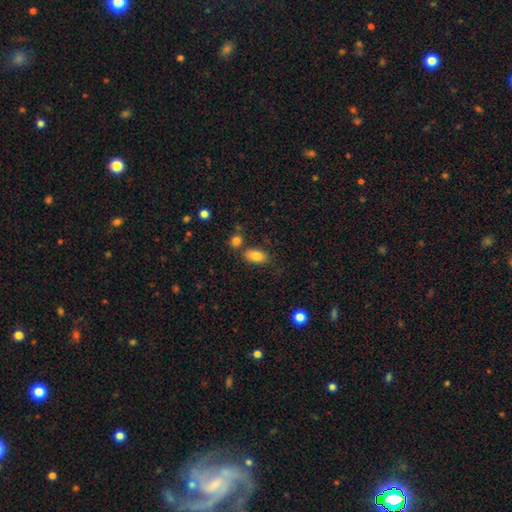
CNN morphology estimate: Smooth or featured? Predicted: smooth (p=0.84). How rounded? Predicted: in between (p=0.91). Merging? Predicted: none (p=0.71).